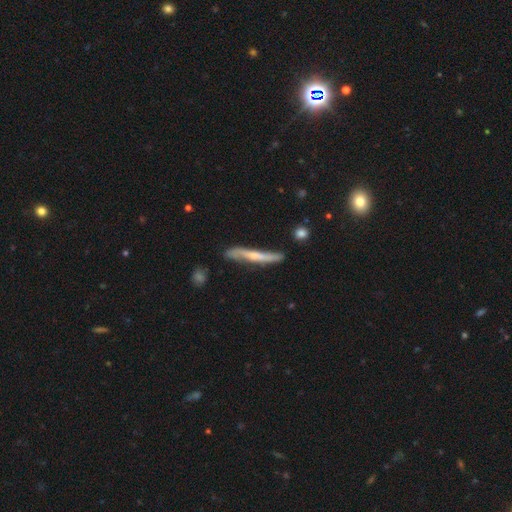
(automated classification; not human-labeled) Q: Smooth or featured?
A: featured or disk (56%); runner-up: smooth (38%)
Q: Edge-on disk?
A: yes (79%); runner-up: no (21%)
Q: Merging?
A: none (69%); runner-up: minor disturbance (22%)